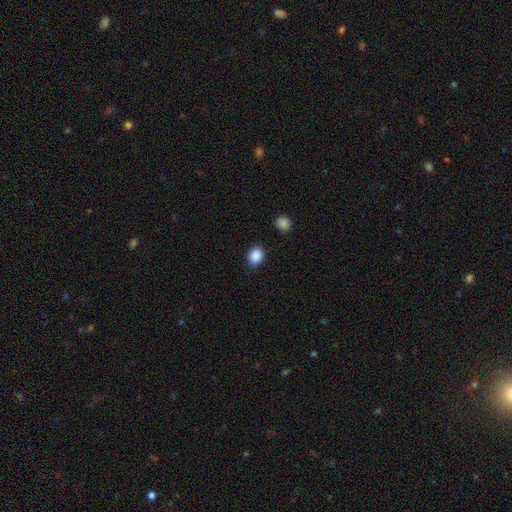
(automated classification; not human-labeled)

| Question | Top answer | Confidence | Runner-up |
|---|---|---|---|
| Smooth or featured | smooth | 89% | star or artifact (9%) |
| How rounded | in between | 51% | round (49%) |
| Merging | none | 88% | minor disturbance (8%) |